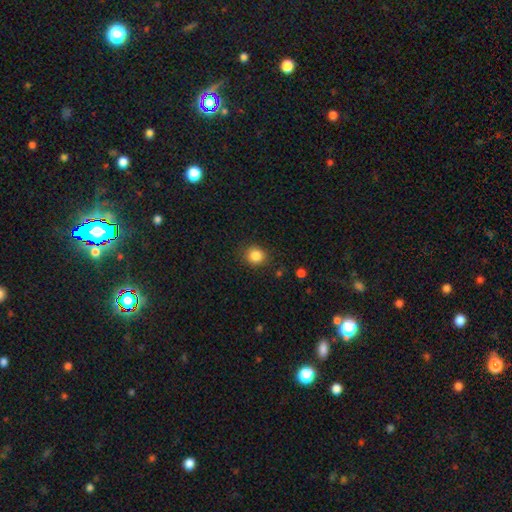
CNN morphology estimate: A smooth galaxy with no disk features (85%) that is round (84%).

Vote fractions:
- Smooth or featured? smooth: 85% / star or artifact: 11% / featured or disk: 5%
- How rounded? round: 84% / in between: 16% / cigar-shaped: 1%
- Merging? none: 86% / minor disturbance: 10% / major disturbance: 3% / merger: 1%